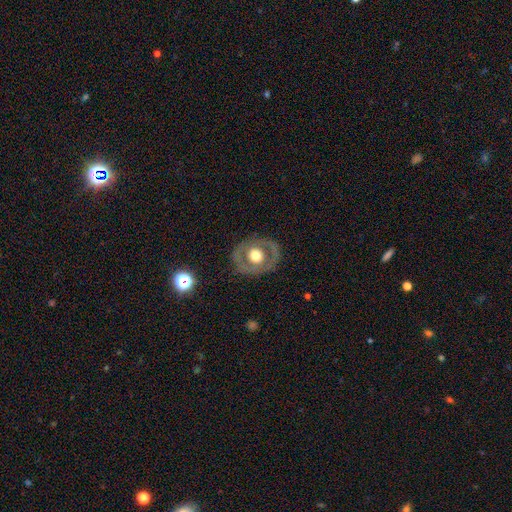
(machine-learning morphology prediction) smooth_or_featured: featured or disk (p=0.56) [alt: smooth p=0.38]
disk_edge_on: no (p=0.94) [alt: yes p=0.06]
bar: no (p=0.86) [alt: weak p=0.11]
has_spiral_arms: no (p=0.83) [alt: yes p=0.17]
bulge_size: moderate (p=0.52) [alt: large p=0.40]
merging: none (p=0.80) [alt: minor disturbance p=0.12]